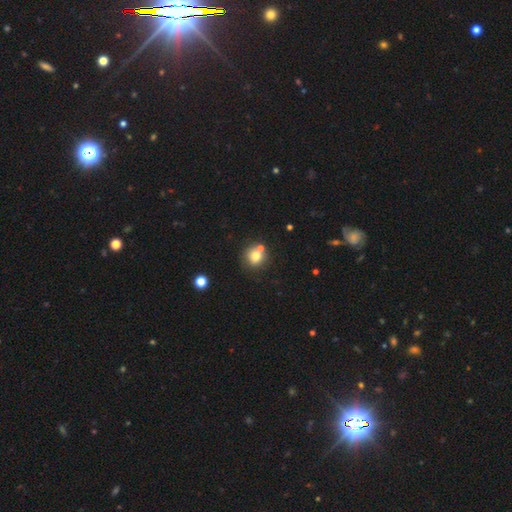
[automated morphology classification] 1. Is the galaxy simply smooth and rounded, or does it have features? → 76% smooth, 12% star or artifact, 12% featured or disk.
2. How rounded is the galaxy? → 88% round, 11% in between, 1% cigar-shaped.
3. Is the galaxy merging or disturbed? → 66% none, 21% merger, 10% minor disturbance, 3% major disturbance.